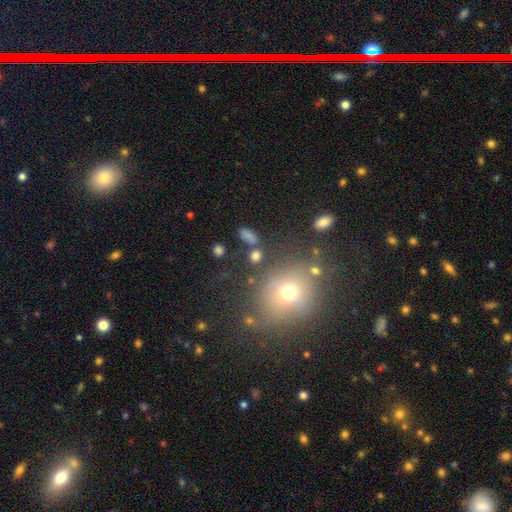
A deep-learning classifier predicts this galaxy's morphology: Smooth or featured? smooth (73%)
How rounded? in between (58%)
Merging? none (71%)